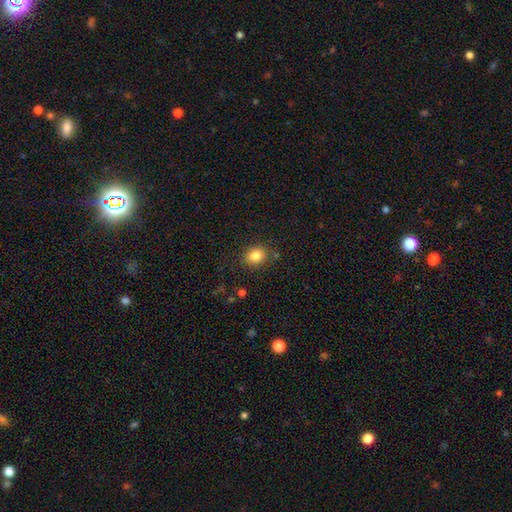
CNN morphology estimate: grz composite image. It shows a smooth galaxy with no disk features (84%) that is round (63%). Merging: none (84%).